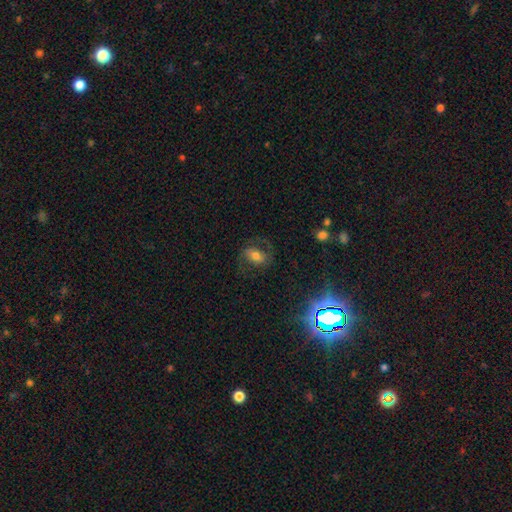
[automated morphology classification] This is marginally a featured or disk galaxy (45%). Merging: likely none (68%).